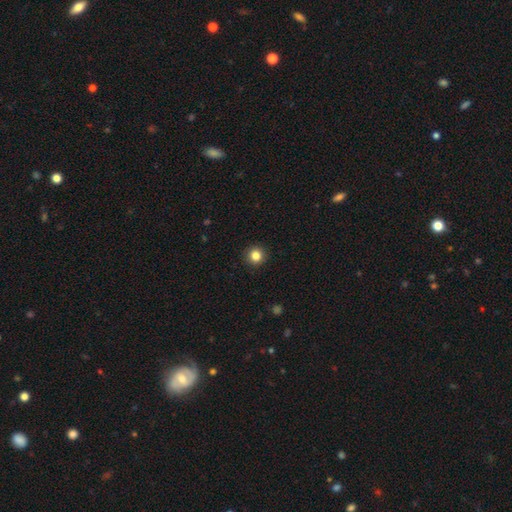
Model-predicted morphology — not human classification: Smooth or featured? Predicted: smooth (p=0.84). How rounded? Predicted: round (p=0.94). Merging? Predicted: none (p=0.93).